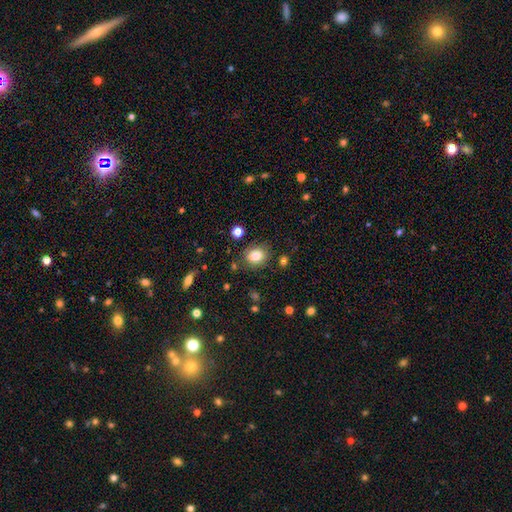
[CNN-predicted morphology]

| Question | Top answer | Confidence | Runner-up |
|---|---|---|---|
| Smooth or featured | smooth | 81% | star or artifact (11%) |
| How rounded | round | 52% | in between (46%) |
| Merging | none | 80% | minor disturbance (13%) |